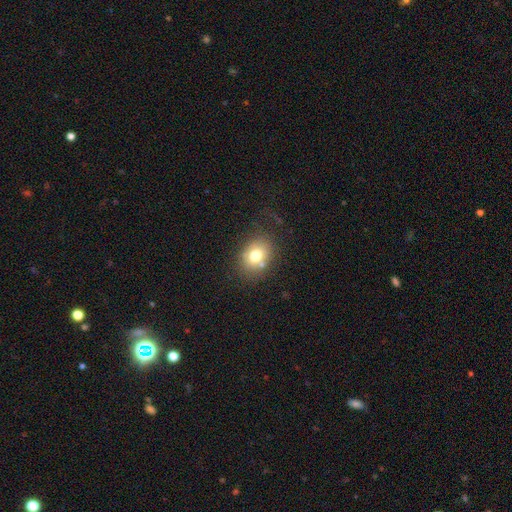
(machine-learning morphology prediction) This appears to be a smooth galaxy with no disk features (74%) that is in between round and cigar-shaped (53%). Merging: none (72%).